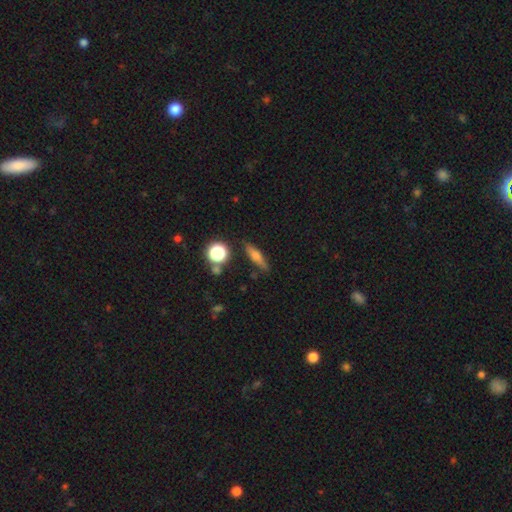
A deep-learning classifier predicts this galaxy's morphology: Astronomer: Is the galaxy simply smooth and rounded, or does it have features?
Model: smooth — 54% (runner-up: featured or disk, 35%).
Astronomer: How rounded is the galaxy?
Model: cigar-shaped — 68%.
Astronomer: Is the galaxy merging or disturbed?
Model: none — 83%.